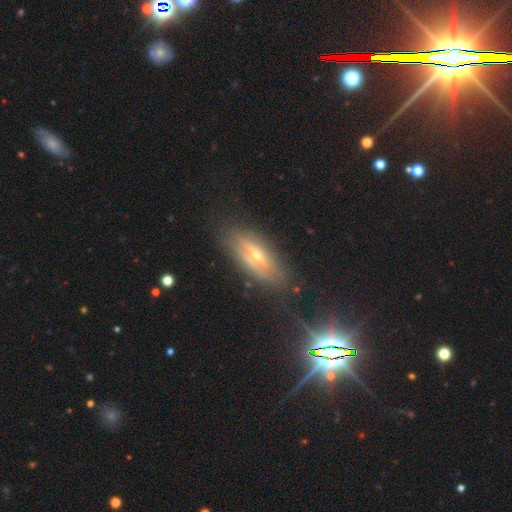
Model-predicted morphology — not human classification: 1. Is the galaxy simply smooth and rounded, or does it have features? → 60% featured or disk, 22% smooth, 18% star or artifact.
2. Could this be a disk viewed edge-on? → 60% yes, 40% no.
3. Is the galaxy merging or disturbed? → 76% none, 17% minor disturbance, 5% major disturbance, 2% merger.